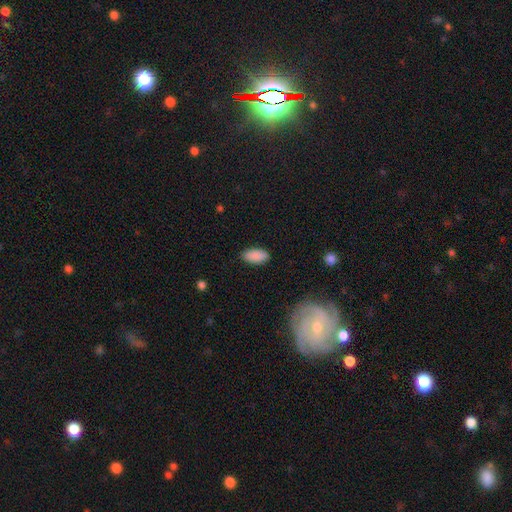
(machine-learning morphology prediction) smooth-or-featured: smooth: 89% | star or artifact: 7% | featured or disk: 4%
  how-rounded: in between: 91% | cigar-shaped: 7% | round: 2%
  merging: none: 86% | minor disturbance: 10% | major disturbance: 2% | merger: 1%